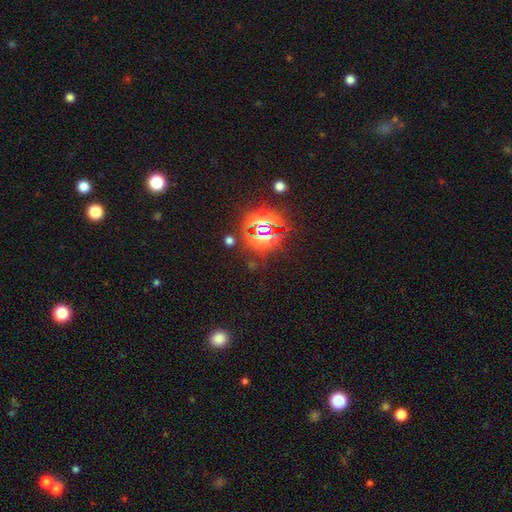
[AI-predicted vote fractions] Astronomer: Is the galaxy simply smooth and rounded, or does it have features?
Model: star or artifact — 80%.